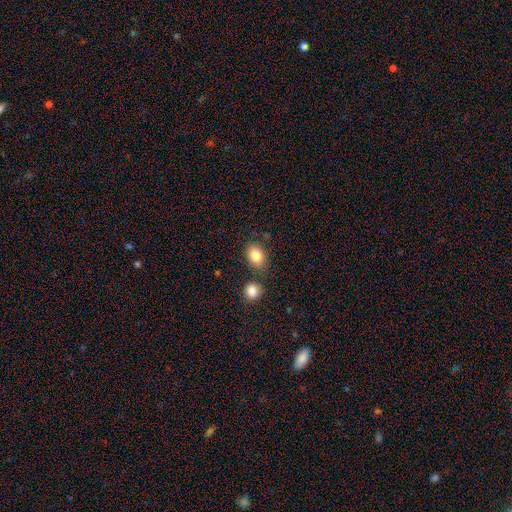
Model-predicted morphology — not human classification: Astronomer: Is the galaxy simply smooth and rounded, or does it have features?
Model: smooth — 84%.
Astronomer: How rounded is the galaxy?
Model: in between — 75%.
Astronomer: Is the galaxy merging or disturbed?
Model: none — 71%.